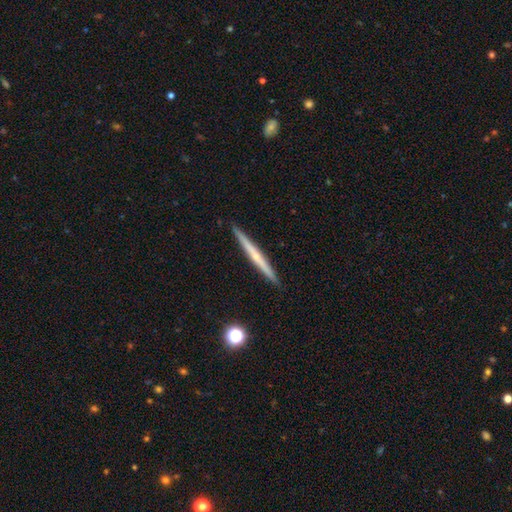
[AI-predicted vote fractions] Q: Smooth or featured?
A: featured or disk (61%); runner-up: smooth (32%)
Q: Edge-on disk?
A: yes (98%); runner-up: no (2%)
Q: Edge-on bulge?
A: none (57%); runner-up: rounded (39%)
Q: Merging?
A: none (93%); runner-up: minor disturbance (5%)